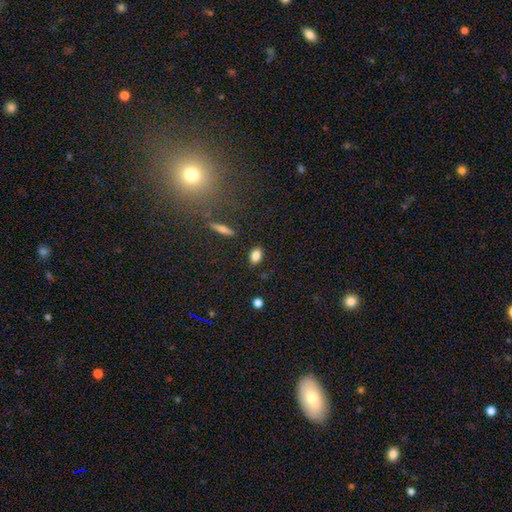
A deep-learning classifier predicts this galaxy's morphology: smooth 83%, star or artifact 9%, featured or disk 8%. Down the decision tree: how rounded — in between (79%); merging — none (85%).